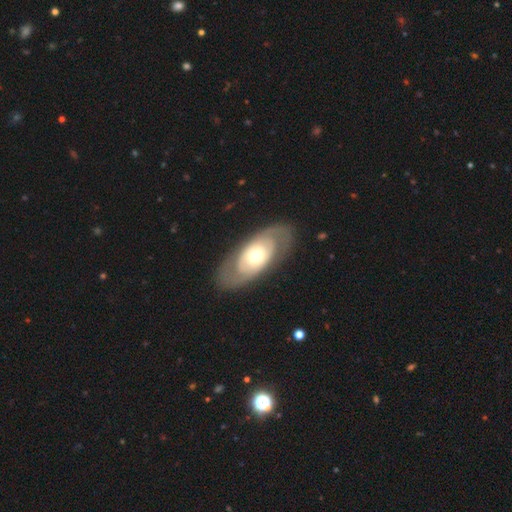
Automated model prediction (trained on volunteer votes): smooth-or-featured: featured or disk: 64% | smooth: 31% | star or artifact: 5%
  disk-edge-on: no: 90% | yes: 10%
    bar: no: 82% | weak: 13% | strong: 5%
    has-spiral-arms: no: 52% | yes: 48%
    bulge-size: moderate: 65% | small: 18% | large: 14% | dominant: 2% | none: 1%
  merging: none: 81% | minor disturbance: 12% | major disturbance: 6% | merger: 1%